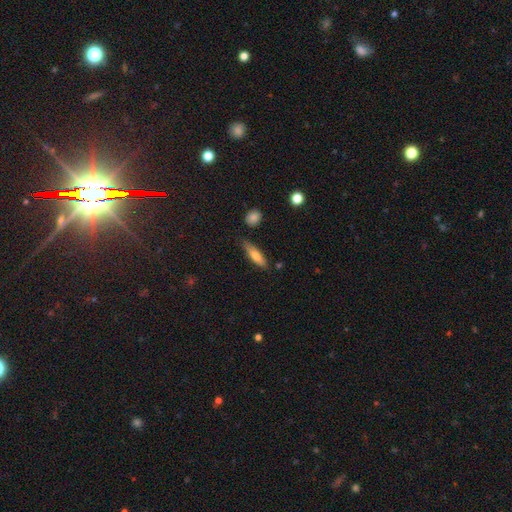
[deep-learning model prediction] A smooth galaxy with no disk features (70%) that is cigar-shaped (67%). Merging: none (75%).